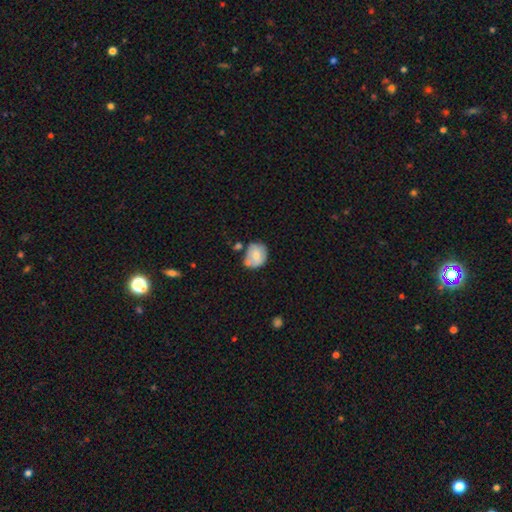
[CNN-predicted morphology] A smooth galaxy with no disk features (66%) that is round (59%). Merging: none (47%).